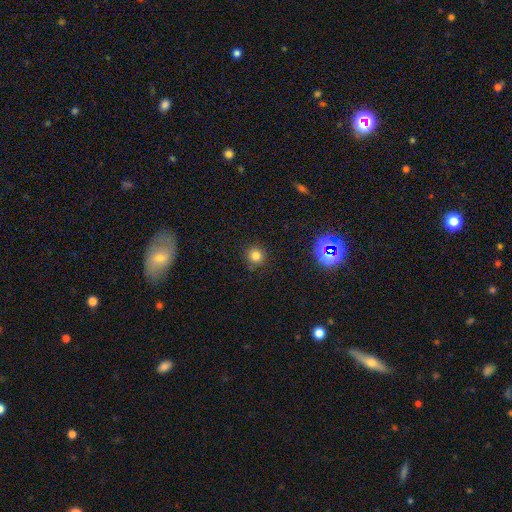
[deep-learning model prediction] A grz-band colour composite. It shows a smooth galaxy with no disk features (79%) that is round (93%). Merging: none (87%).